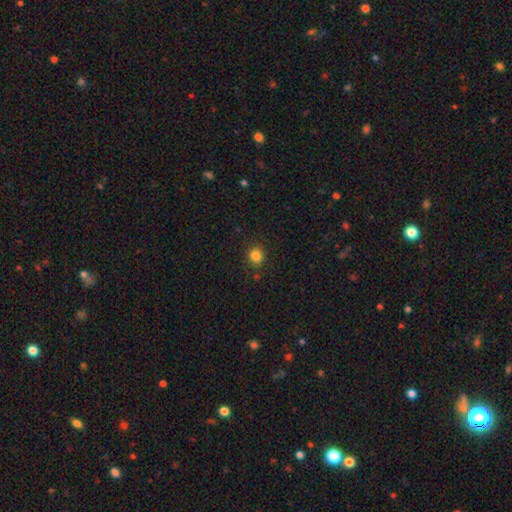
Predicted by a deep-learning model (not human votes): Smooth or featured? smooth (83%)
How rounded? round (79%)
Merging? none (86%)